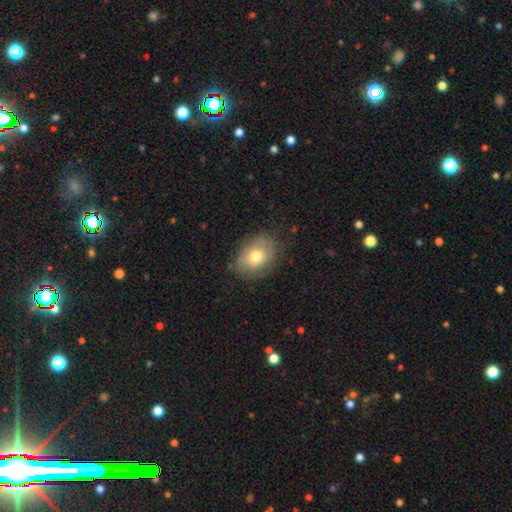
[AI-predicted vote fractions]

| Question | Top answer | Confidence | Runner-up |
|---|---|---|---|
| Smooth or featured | smooth | 68% | featured or disk (24%) |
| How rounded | in between | 70% | round (29%) |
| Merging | none | 76% | minor disturbance (18%) |